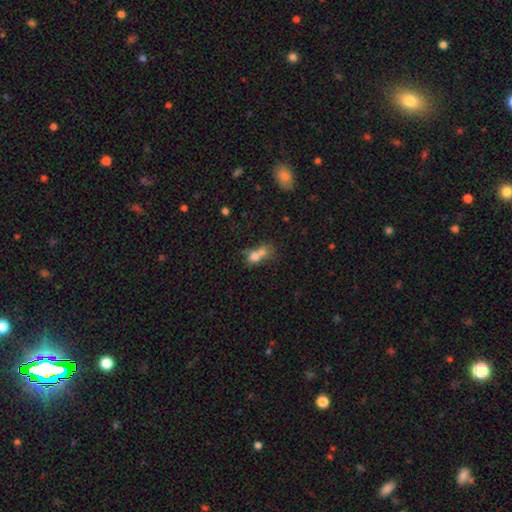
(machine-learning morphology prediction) type=smooth (71%); roundness=round (62%); merging=merger (67%).